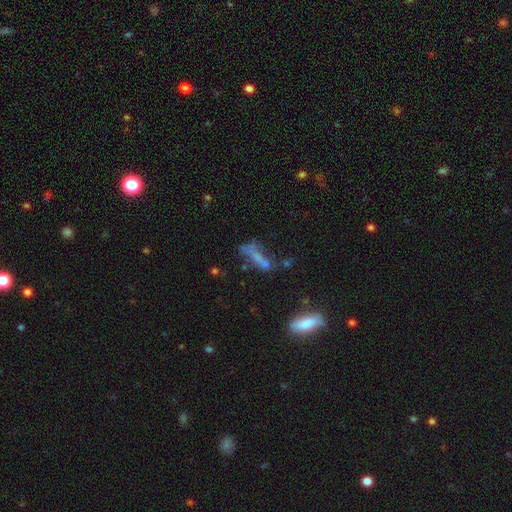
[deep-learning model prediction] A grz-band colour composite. It shows a smooth galaxy with no disk features (47%). Merging: none (34%).